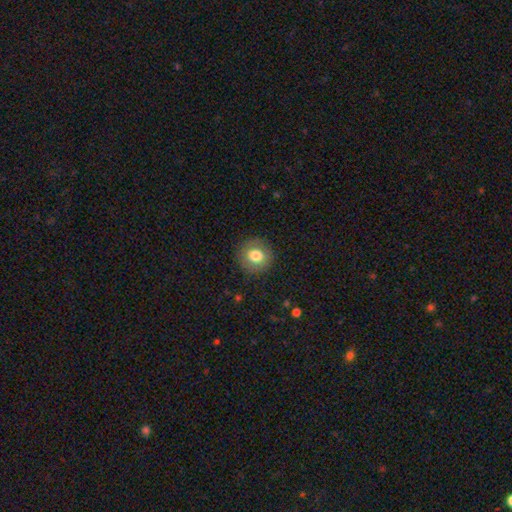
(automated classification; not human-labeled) A smooth galaxy with no disk features (77%) that is round (88%). Merging: none (88%).